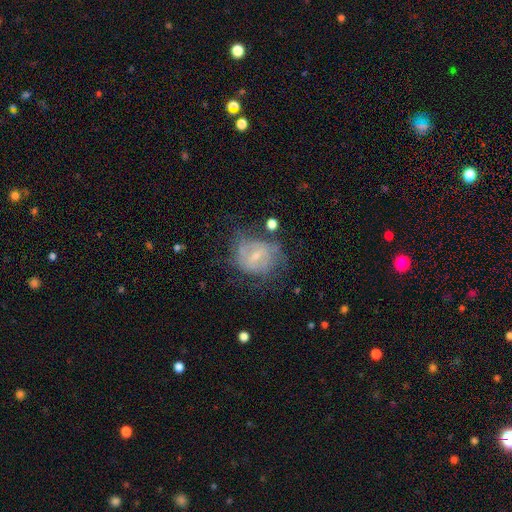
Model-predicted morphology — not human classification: Smooth or featured? Predicted: featured or disk (p=0.64). Edge-on disk? Predicted: no (p=0.97). Bar? Predicted: weak (p=0.50). Spiral arms? Predicted: yes (p=0.65). Bulge size? Predicted: small (p=0.69). Merging? Predicted: none (p=0.50).